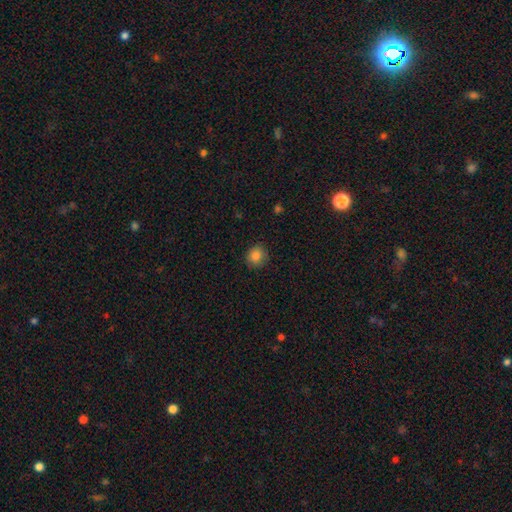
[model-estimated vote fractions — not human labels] Smooth or featured?
  - smooth: 85% *
  - star or artifact: 11%
  - featured or disk: 5%
How rounded?
  - round: 83% *
  - in between: 16%
  - cigar-shaped: 1%
Merging?
  - none: 88% *
  - minor disturbance: 9%
  - major disturbance: 2%
  - merger: 1%